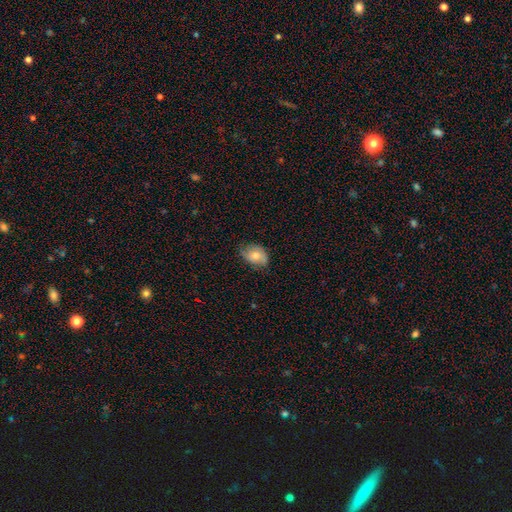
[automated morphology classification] Overall: smooth (72%). How rounded: in between (74%). Merging: none (65%; minor disturbance 29%).